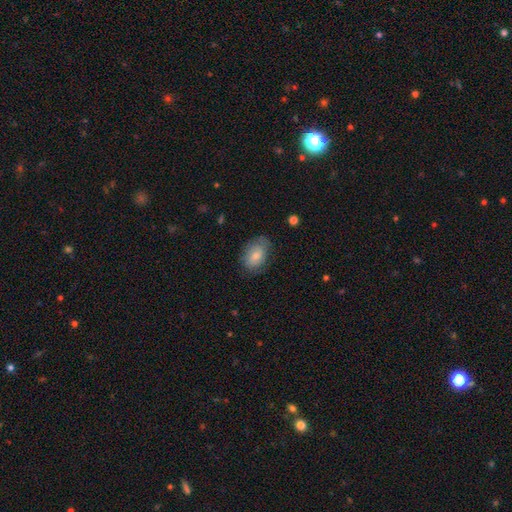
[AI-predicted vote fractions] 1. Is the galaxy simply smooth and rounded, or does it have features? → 73% smooth, 20% featured or disk, 7% star or artifact.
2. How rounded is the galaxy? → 85% in between, 14% round, 1% cigar-shaped.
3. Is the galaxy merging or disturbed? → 72% none, 21% minor disturbance, 6% major disturbance, 1% merger.